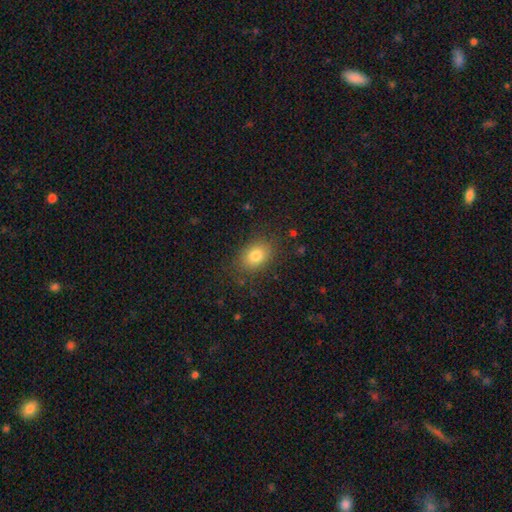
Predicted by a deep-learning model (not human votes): Overall: smooth (80%). How rounded: in between (70%). Merging: none (83%).